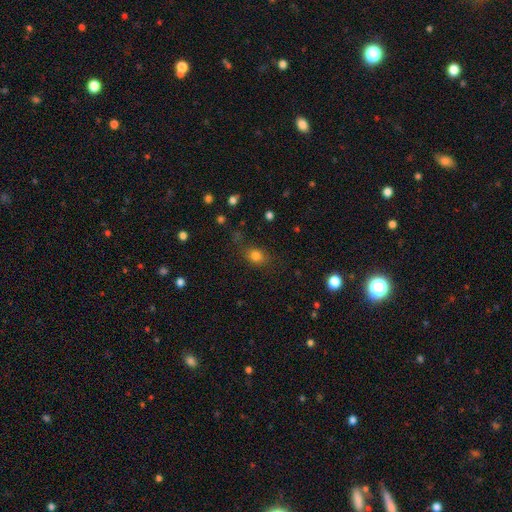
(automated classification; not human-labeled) smooth-or-featured: smooth: 79% | star or artifact: 14% | featured or disk: 8%
  how-rounded: round: 51% | in between: 46% | cigar-shaped: 2%
  merging: none: 70% | minor disturbance: 18% | major disturbance: 9% | merger: 3%